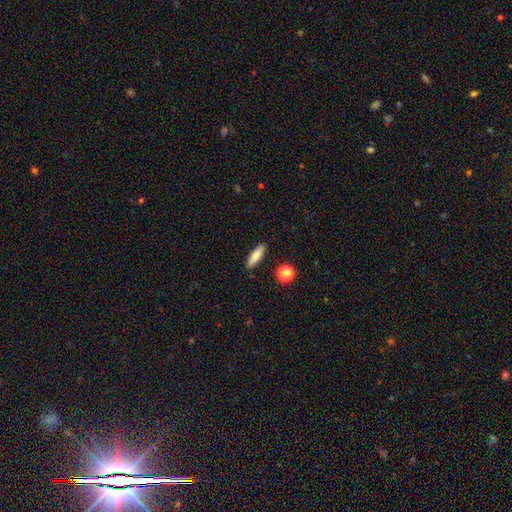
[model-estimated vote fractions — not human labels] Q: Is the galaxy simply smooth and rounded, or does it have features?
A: smooth — 79%.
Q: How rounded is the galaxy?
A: cigar-shaped — 63%.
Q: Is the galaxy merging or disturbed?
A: none — 89%.